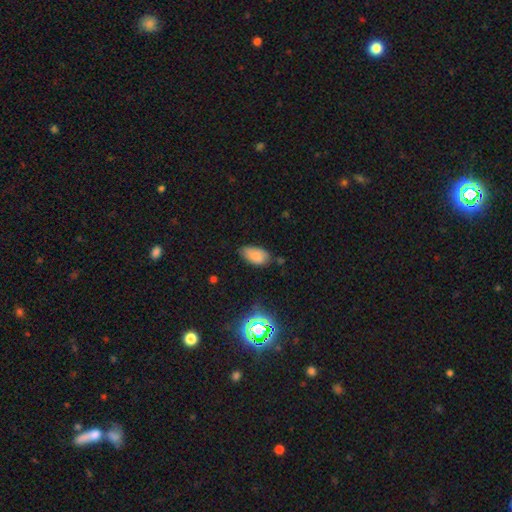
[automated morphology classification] Smooth or featured?
  - smooth: 81% *
  - star or artifact: 11%
  - featured or disk: 8%
How rounded?
  - in between: 93% *
  - round: 4%
  - cigar-shaped: 3%
Merging?
  - none: 65% *
  - minor disturbance: 28%
  - major disturbance: 5%
  - merger: 2%